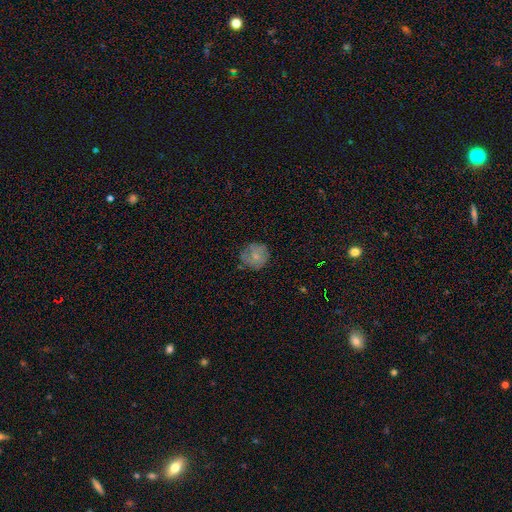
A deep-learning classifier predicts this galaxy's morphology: Smooth or featured?
  - smooth: 67% *
  - featured or disk: 24%
  - star or artifact: 9%
How rounded?
  - round: 89% *
  - in between: 10%
  - cigar-shaped: 1%
Merging?
  - none: 72% *
  - minor disturbance: 20%
  - major disturbance: 6%
  - merger: 2%